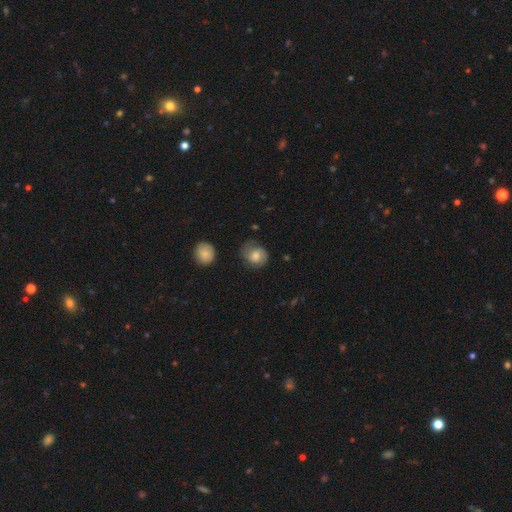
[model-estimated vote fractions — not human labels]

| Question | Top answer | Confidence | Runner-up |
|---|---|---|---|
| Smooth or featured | smooth | 65% | featured or disk (27%) |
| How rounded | round | 66% | in between (33%) |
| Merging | none | 57% | minor disturbance (28%) |